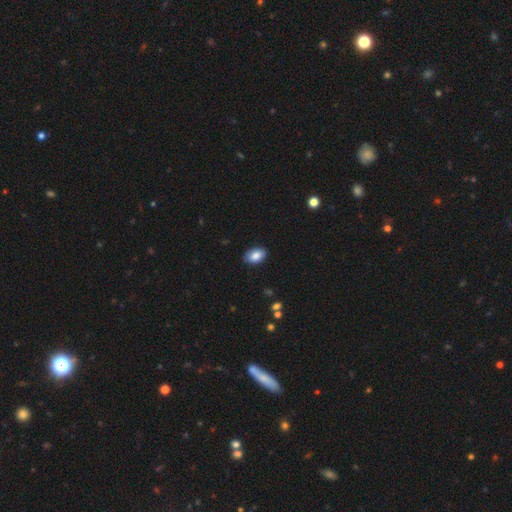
A smooth galaxy with no disk features (84%) that is in between round and cigar-shaped (88%).

Vote fractions:
- Smooth or featured? smooth: 84% / featured or disk: 8% / star or artifact: 8%
- How rounded? in between: 88% / round: 12% / cigar-shaped: 0%
- Merging? none: 94% / minor disturbance: 6% / major disturbance: 0% / merger: 0%